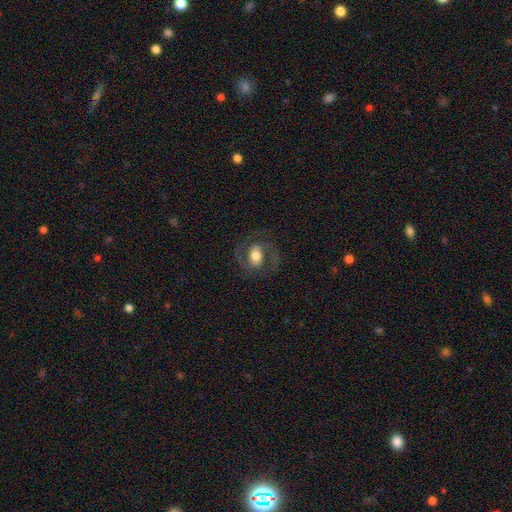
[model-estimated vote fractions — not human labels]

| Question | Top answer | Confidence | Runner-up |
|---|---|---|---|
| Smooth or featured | featured or disk | 75% | smooth (19%) |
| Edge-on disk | no | 97% | yes (3%) |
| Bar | weak | 40% | no (38%) |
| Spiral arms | yes | 90% | no (10%) |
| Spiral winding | medium | 59% | tight (23%) |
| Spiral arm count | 2 | 91% | can't tell (4%) |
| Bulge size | moderate | 57% | large (29%) |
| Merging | none | 76% | minor disturbance (13%) |